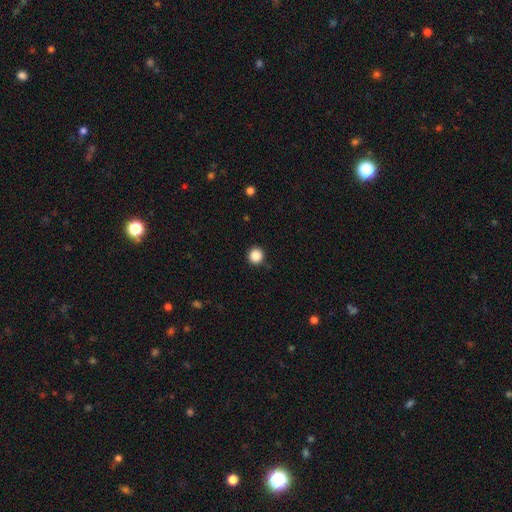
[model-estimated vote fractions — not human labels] Smooth or featured: smooth — 87% (star or artifact — 10%)
How rounded: round — 94% (in between — 5%)
Merging: none — 91% (minor disturbance — 6%)